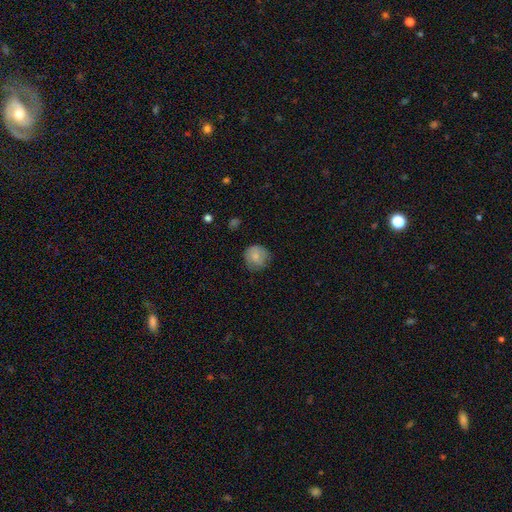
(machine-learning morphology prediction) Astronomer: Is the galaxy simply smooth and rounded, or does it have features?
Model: smooth — 77%.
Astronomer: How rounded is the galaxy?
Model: round — 89%.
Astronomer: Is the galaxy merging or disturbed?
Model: none — 73%.